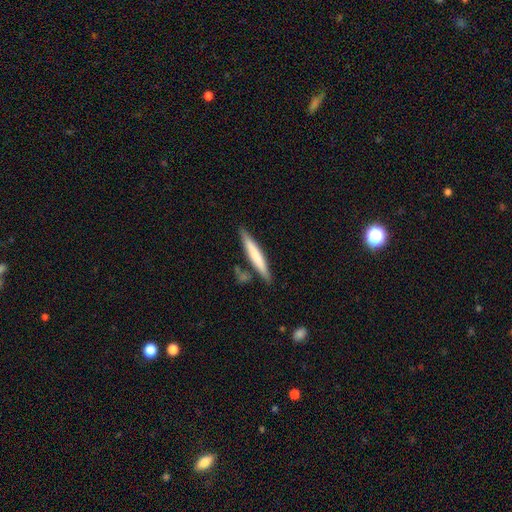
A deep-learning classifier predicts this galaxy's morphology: The model was most divided on "smooth or featured": smooth: 63%, featured or disk: 32%, star or artifact: 5%. More confident: how rounded — cigar-shaped (95%); merging — none (81%).